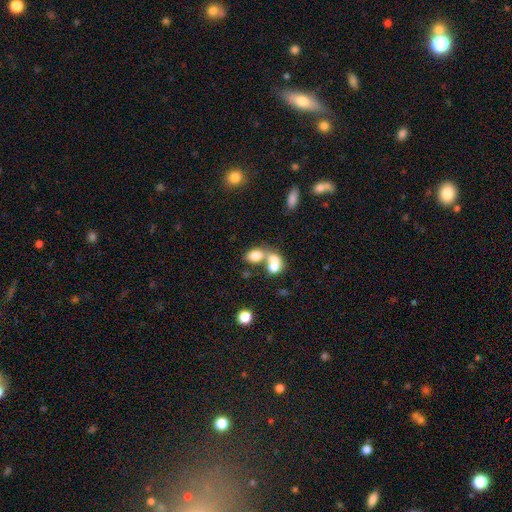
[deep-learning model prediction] Overall: smooth (75%). How rounded: in between (68%; round 30%). Merging: merger (58%; none 29%).